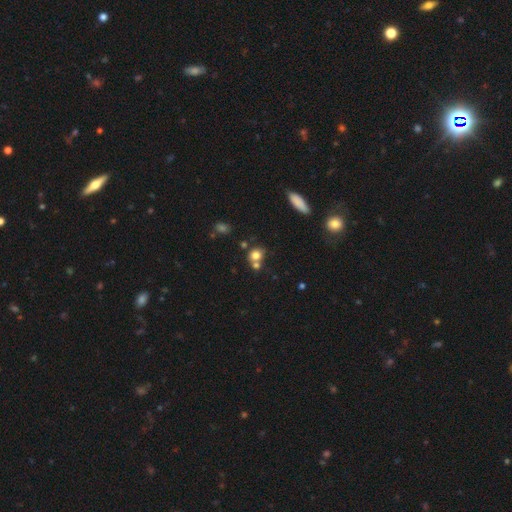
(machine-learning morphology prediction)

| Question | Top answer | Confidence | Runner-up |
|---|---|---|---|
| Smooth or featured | smooth | 76% | star or artifact (13%) |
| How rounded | round | 76% | in between (23%) |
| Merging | none | 48% | merger (39%) |